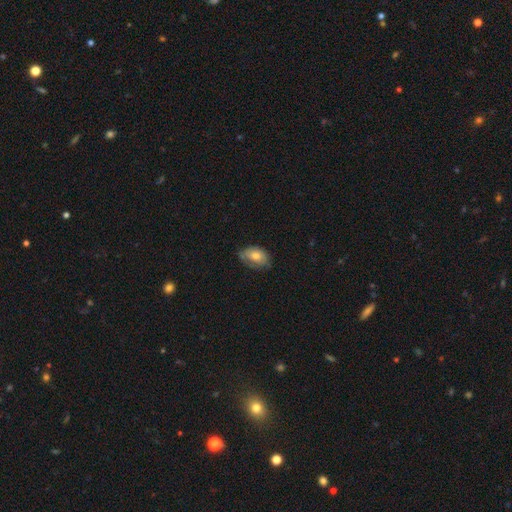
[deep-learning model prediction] Smooth or featured? Predicted: smooth (p=0.69). How rounded? Predicted: in between (p=0.80). Merging? Predicted: none (p=0.55).